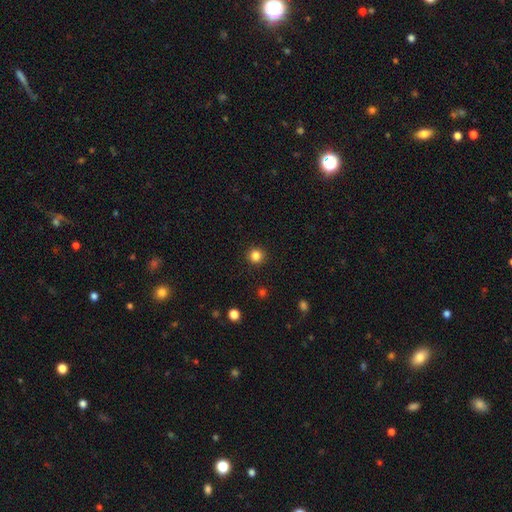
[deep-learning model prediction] A smooth galaxy with no disk features (83%) that is round (94%).

Vote fractions:
- Smooth or featured? smooth: 83% / star or artifact: 13% / featured or disk: 4%
- How rounded? round: 94% / in between: 5% / cigar-shaped: 1%
- Merging? none: 92% / minor disturbance: 5% / major disturbance: 2% / merger: 1%